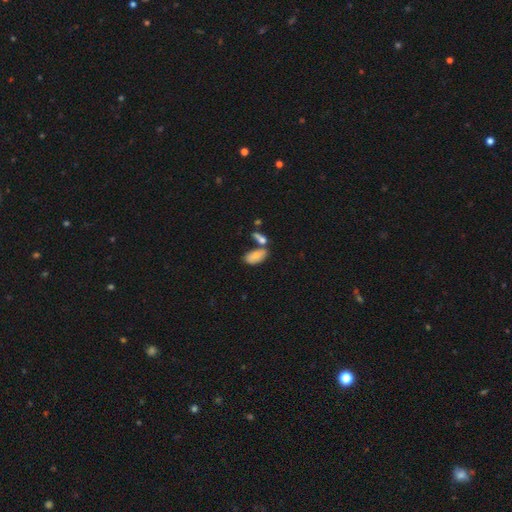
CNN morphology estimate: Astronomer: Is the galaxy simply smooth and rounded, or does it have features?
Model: smooth — 75%.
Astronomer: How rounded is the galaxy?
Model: in between — 91%.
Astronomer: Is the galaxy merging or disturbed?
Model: none — 46% (runner-up: merger, 35%).